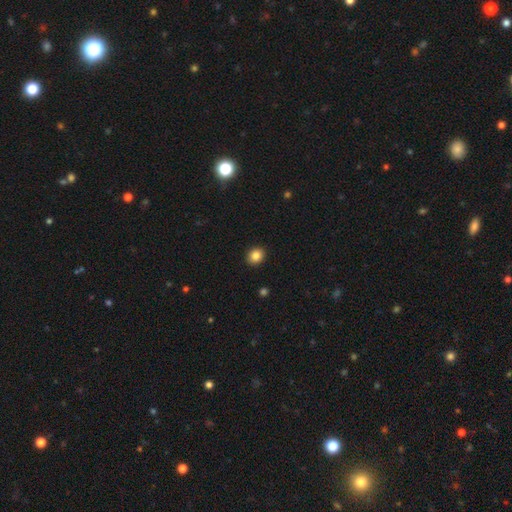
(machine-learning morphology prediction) The model was most divided on "how rounded": round: 74%, in between: 25%, cigar-shaped: 1%. More confident: merging — none (92%); smooth or featured — smooth (85%).